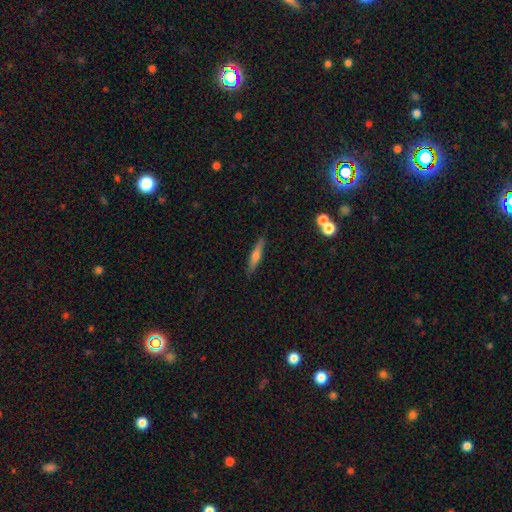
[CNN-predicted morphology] The model was most divided on "smooth or featured": smooth: 52%, featured or disk: 41%, star or artifact: 7%. More confident: merging — none (88%); how rounded — cigar-shaped (86%).